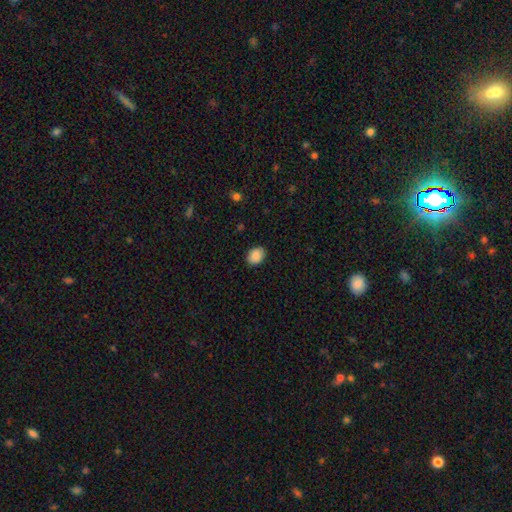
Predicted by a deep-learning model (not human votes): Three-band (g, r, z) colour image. It shows a smooth galaxy with no disk features (89%) that is in between round and cigar-shaped (68%). Merging: none (88%).